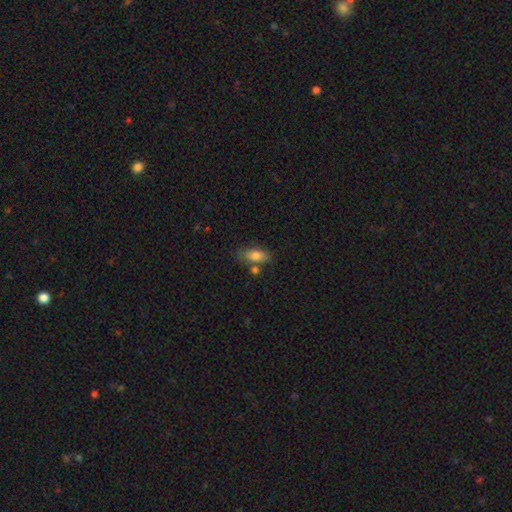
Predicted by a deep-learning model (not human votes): A smooth galaxy with no disk features (79%) that is in between round and cigar-shaped (83%). Merging: none (64%).